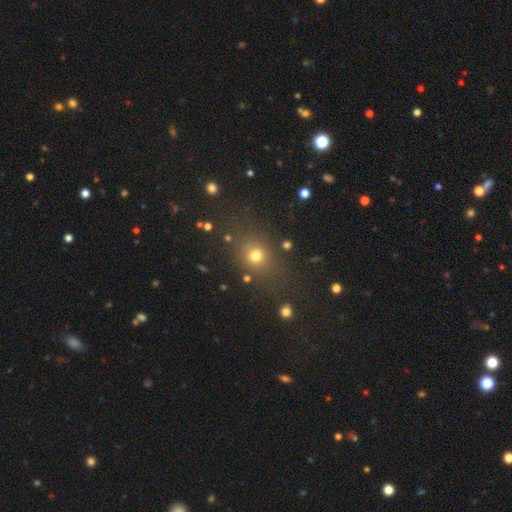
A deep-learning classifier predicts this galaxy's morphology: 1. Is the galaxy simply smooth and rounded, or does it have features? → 71% smooth, 19% star or artifact, 10% featured or disk.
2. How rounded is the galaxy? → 63% round, 35% in between, 2% cigar-shaped.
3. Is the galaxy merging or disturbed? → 73% none, 13% minor disturbance, 8% major disturbance, 6% merger.